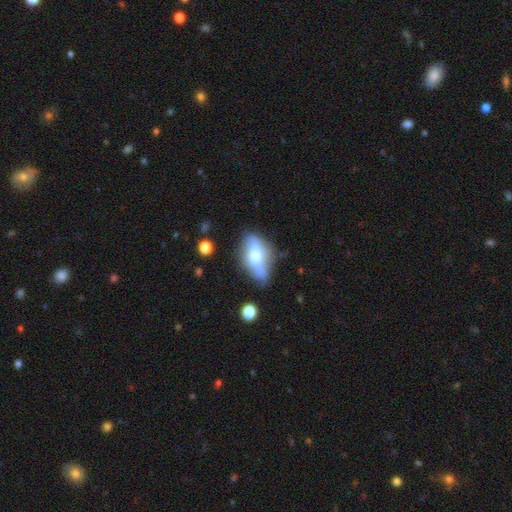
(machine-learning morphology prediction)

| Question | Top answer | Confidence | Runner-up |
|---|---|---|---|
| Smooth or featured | smooth | 47% | featured or disk (46%) |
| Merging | none | 53% | minor disturbance (29%) |